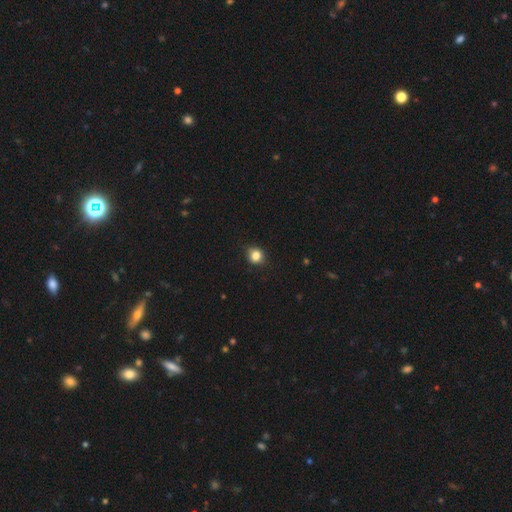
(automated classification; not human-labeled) Smooth or featured? smooth (81%)
How rounded? round (75%)
Merging? none (80%)